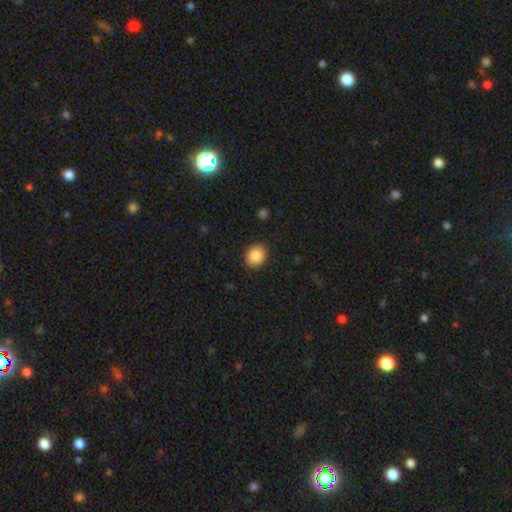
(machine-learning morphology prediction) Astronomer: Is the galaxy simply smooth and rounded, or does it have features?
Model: smooth — 87%.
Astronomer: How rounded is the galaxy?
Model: round — 65%.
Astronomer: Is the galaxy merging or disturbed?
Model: none — 90%.